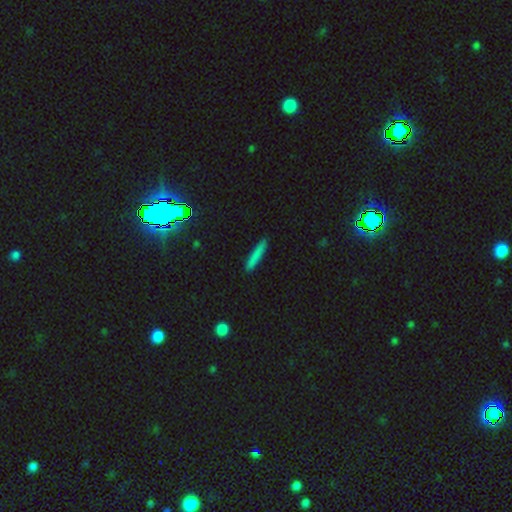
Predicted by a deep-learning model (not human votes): smooth 80%, featured or disk 12%, star or artifact 8%. Down the decision tree: how rounded — cigar-shaped (93%); merging — none (89%).